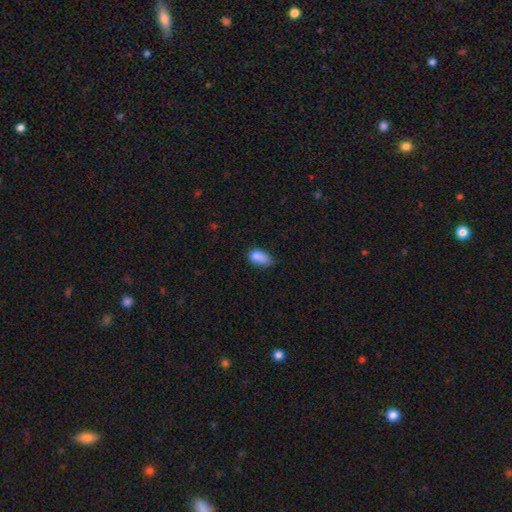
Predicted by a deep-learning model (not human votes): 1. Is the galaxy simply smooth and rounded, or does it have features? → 82% smooth, 10% star or artifact, 8% featured or disk.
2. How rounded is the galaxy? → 88% in between, 6% cigar-shaped, 6% round.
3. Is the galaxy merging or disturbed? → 41% minor disturbance, 40% none, 14% major disturbance, 5% merger.